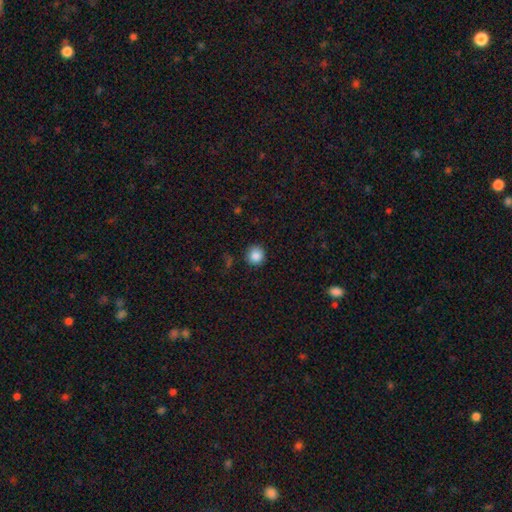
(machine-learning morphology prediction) Smooth or featured?
  - smooth: 87% *
  - star or artifact: 10%
  - featured or disk: 4%
How rounded?
  - round: 93% *
  - in between: 6%
  - cigar-shaped: 1%
Merging?
  - none: 88% *
  - minor disturbance: 9%
  - major disturbance: 2%
  - merger: 1%